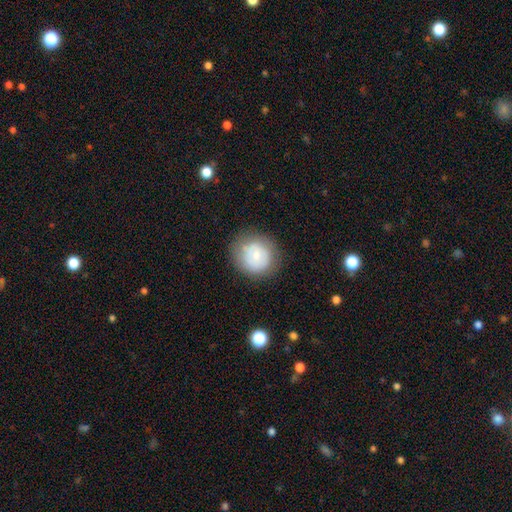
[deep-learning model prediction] Overall: smooth (66%; featured or disk 26%). How rounded: round (88%). Merging: none (75%).